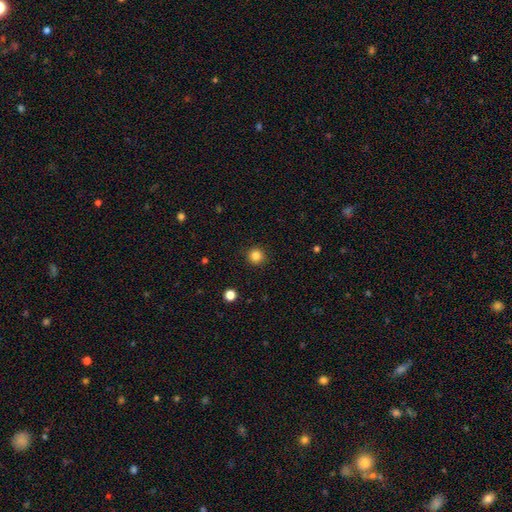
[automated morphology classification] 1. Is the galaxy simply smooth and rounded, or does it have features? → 84% smooth, 12% star or artifact, 4% featured or disk.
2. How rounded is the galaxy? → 94% round, 5% in between, 1% cigar-shaped.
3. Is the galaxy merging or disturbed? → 92% none, 5% minor disturbance, 2% major disturbance, 1% merger.